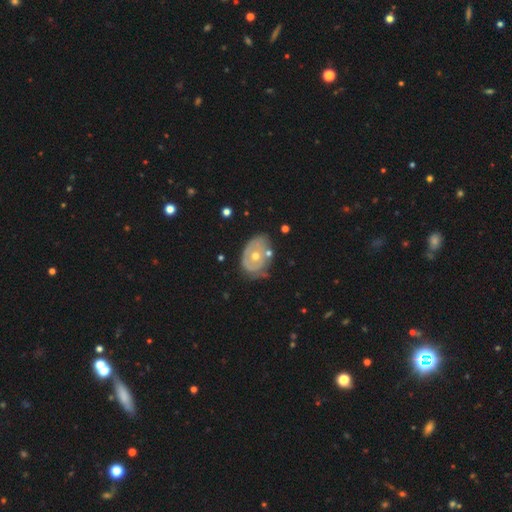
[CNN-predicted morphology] type=featured or disk (65%); edge-on=no (95%); bar=no (87%); spiral arms=no (55%); bulge=moderate (64%); merging=none (54%).